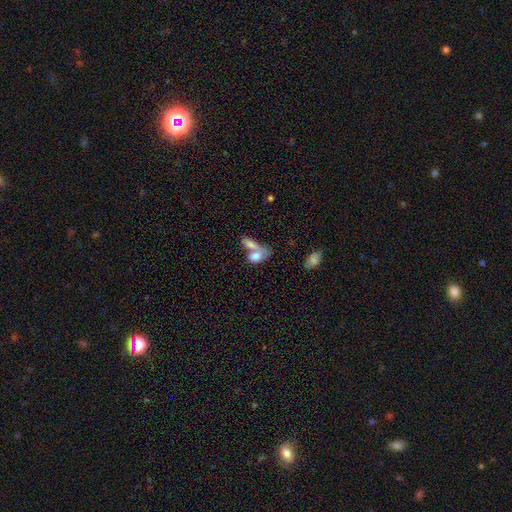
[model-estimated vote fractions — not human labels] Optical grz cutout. It shows a smooth galaxy with no disk features (76%) that is in between round and cigar-shaped (87%). Merging: merger (67%).